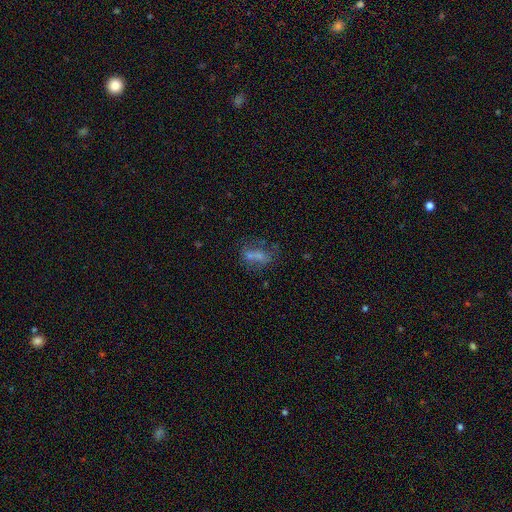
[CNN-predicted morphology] This is possibly a smooth galaxy (52%). How rounded: likely in between (70%). Merging: marginally none (42%).